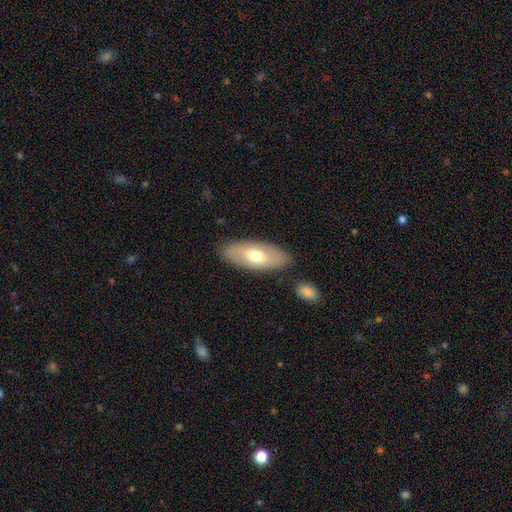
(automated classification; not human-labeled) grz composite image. It shows a smooth galaxy with no disk features (61%) that is in between round and cigar-shaped (87%). Merging: none (83%).